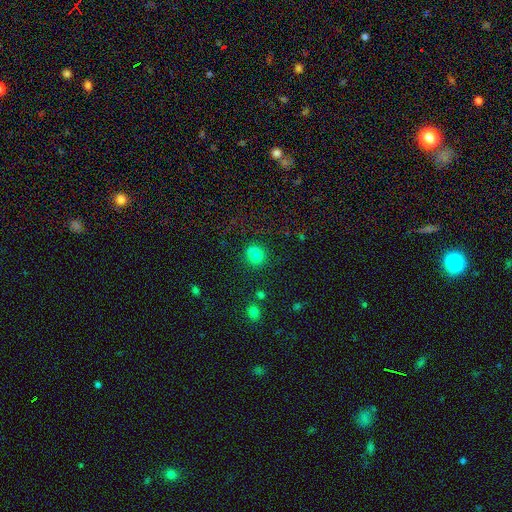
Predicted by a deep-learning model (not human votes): A smooth galaxy with no disk features (81%) that is round (81%).

Vote fractions:
- Smooth or featured? smooth: 81% / star or artifact: 13% / featured or disk: 6%
- How rounded? round: 81% / in between: 18% / cigar-shaped: 1%
- Merging? none: 76% / minor disturbance: 15% / merger: 5% / major disturbance: 5%